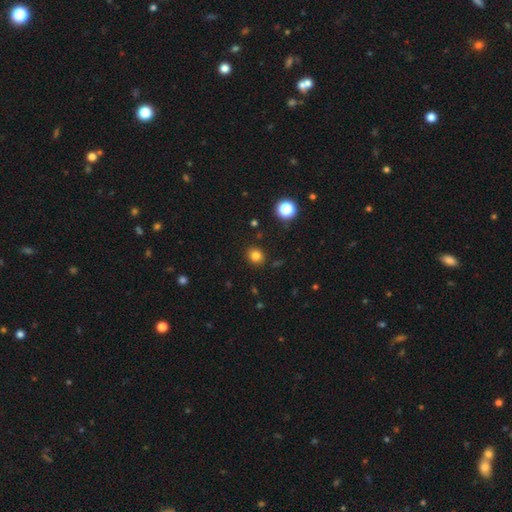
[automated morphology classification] Smooth or featured? smooth (81%)
How rounded? round (79%)
Merging? none (88%)